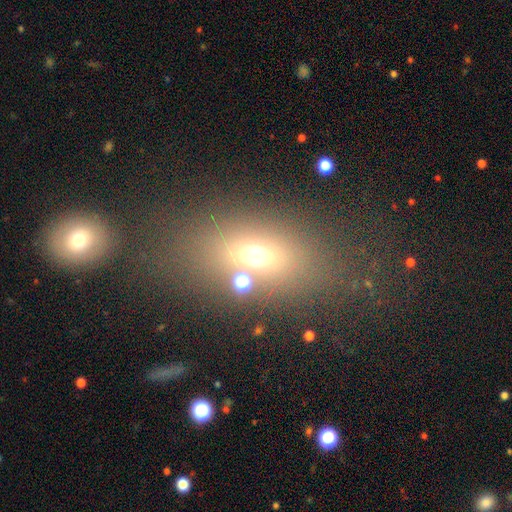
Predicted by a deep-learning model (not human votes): Morphology: type=smooth (61%); roundness=in between (71%); merging=none (65%).